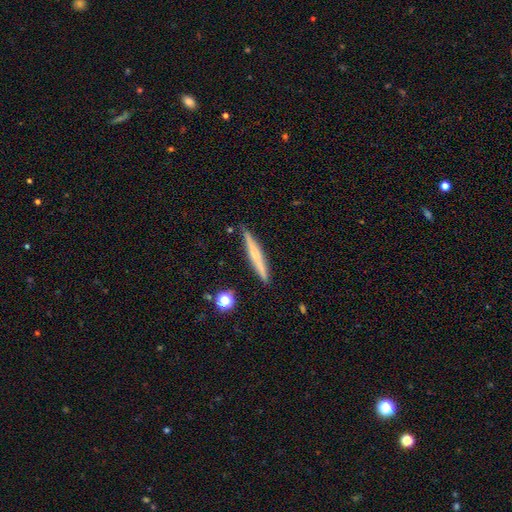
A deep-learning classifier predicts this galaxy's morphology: smooth_or_featured: smooth (p=0.51) [alt: featured or disk p=0.43]
how_rounded: cigar-shaped (p=0.95) [alt: in between p=0.03]
merging: none (p=0.88) [alt: minor disturbance p=0.08]